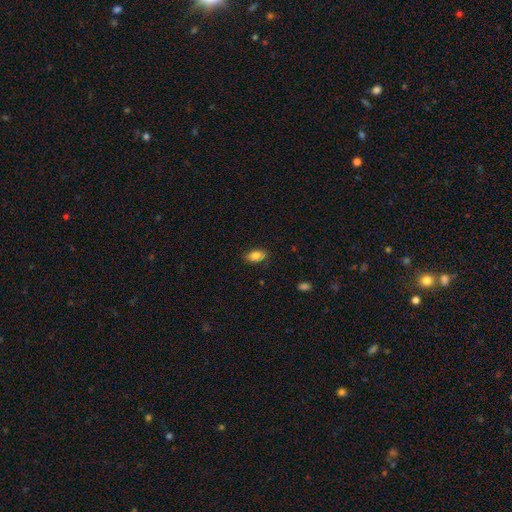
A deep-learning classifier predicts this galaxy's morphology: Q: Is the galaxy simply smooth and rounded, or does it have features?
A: smooth — 83%.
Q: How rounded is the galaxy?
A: in between — 90%.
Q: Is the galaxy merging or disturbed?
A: none — 85%.